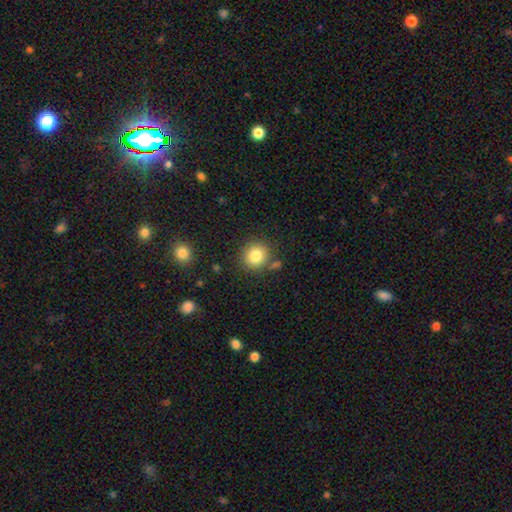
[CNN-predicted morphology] The model was most divided on "merging": none: 80%, minor disturbance: 10%, merger: 6%, major disturbance: 3%. More confident: how rounded — round (86%); smooth or featured — smooth (83%).